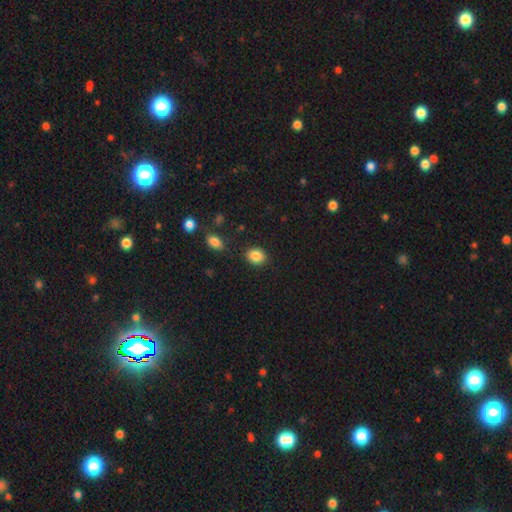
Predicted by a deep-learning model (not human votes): Morphology: type=smooth (87%); roundness=round (53%); merging=none (85%).